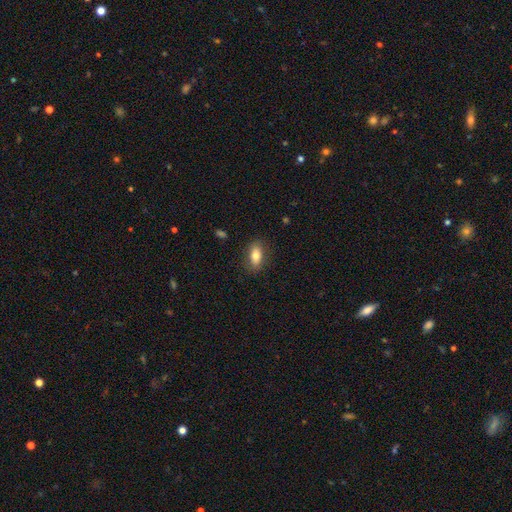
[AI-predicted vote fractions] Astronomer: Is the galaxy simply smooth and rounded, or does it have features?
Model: smooth — 76%.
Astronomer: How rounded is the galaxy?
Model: in between — 84%.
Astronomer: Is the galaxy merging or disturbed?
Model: none — 82%.